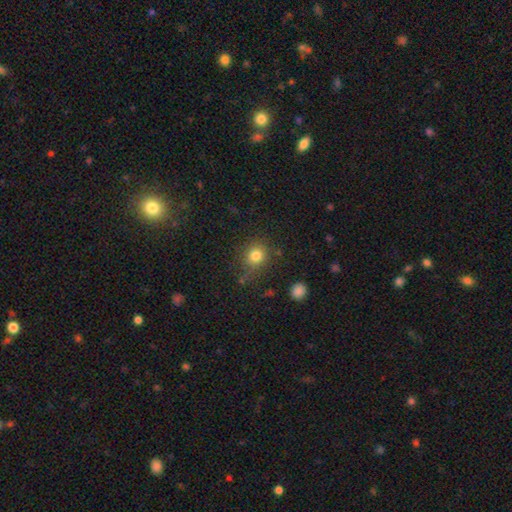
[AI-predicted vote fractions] Smooth or featured?
  - smooth: 80% *
  - star or artifact: 13%
  - featured or disk: 7%
How rounded?
  - round: 82% *
  - in between: 17%
  - cigar-shaped: 1%
Merging?
  - none: 74% *
  - minor disturbance: 16%
  - major disturbance: 6%
  - merger: 4%